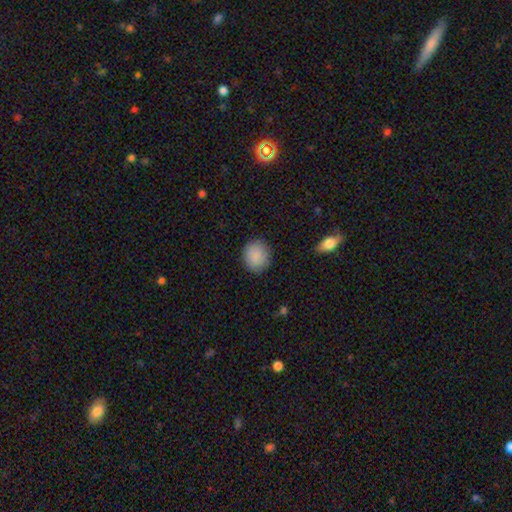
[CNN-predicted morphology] Smooth or featured? smooth (88%)
How rounded? round (83%)
Merging? none (88%)